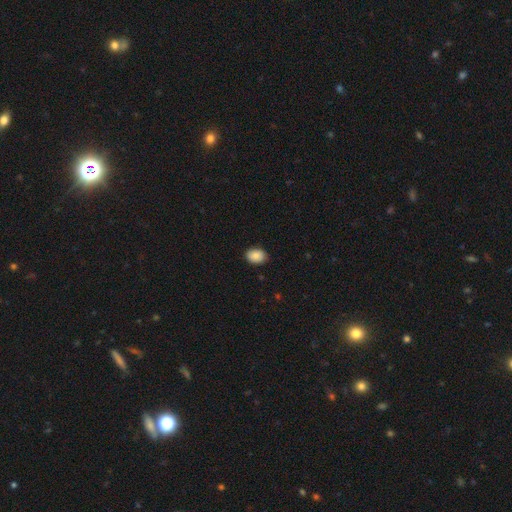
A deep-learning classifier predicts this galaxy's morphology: Overall: smooth (88%). How rounded: in between (74%). Merging: none (87%).